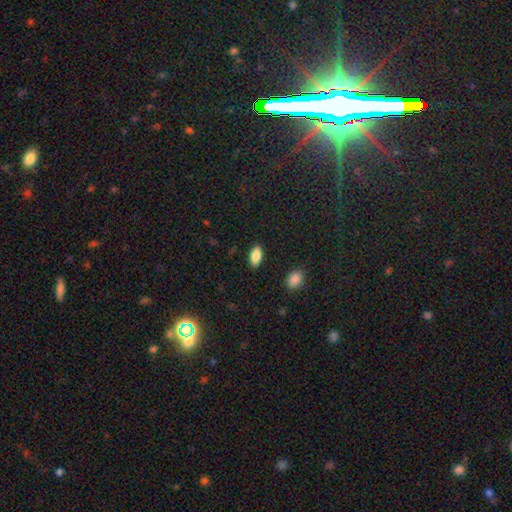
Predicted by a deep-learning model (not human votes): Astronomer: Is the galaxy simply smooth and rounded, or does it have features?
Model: smooth — 87%.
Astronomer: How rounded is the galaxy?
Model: in between — 92%.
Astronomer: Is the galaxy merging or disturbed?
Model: none — 89%.